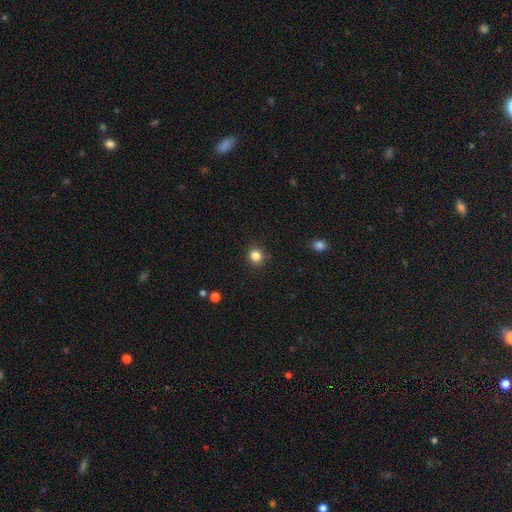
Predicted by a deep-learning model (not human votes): The model was most divided on "smooth or featured": smooth: 84%, star or artifact: 12%, featured or disk: 4%. More confident: merging — none (90%); how rounded — round (89%).